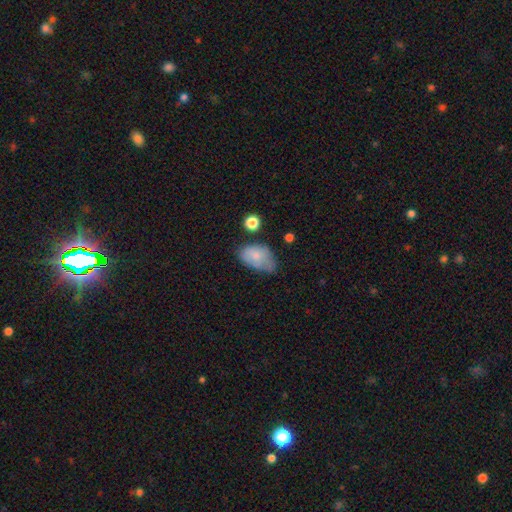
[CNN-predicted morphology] smooth_or_featured: smooth (p=0.76) [alt: featured or disk p=0.16]
how_rounded: in between (p=0.89) [alt: round p=0.10]
merging: minor disturbance (p=0.41) [alt: none p=0.38]